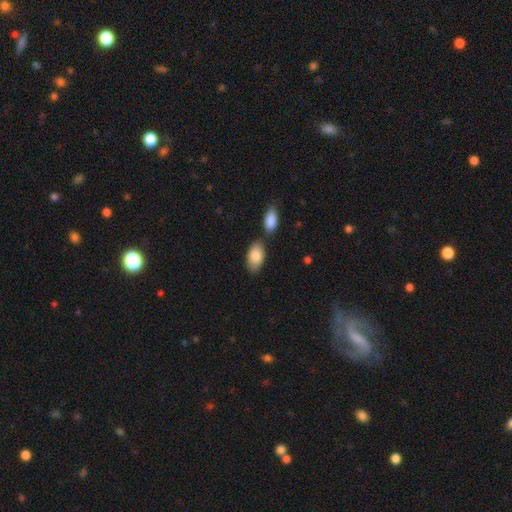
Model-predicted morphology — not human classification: Smooth or featured?
  - smooth: 86% *
  - featured or disk: 8%
  - star or artifact: 6%
How rounded?
  - in between: 94% *
  - round: 4%
  - cigar-shaped: 2%
Merging?
  - none: 63% *
  - merger: 21%
  - minor disturbance: 13%
  - major disturbance: 3%